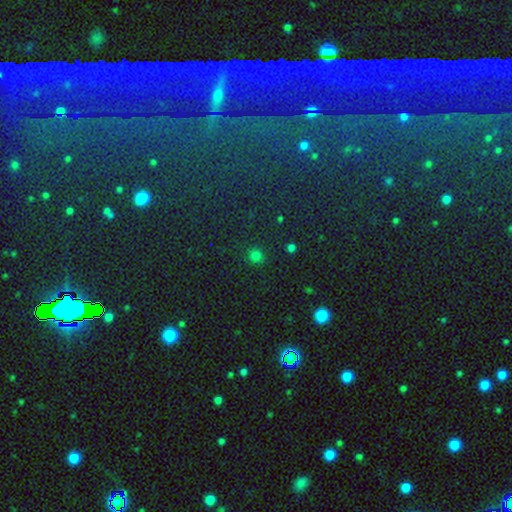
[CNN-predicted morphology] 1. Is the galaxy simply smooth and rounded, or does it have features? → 74% smooth, 22% star or artifact, 4% featured or disk.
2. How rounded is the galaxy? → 93% round, 6% in between, 1% cigar-shaped.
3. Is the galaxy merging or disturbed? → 90% none, 6% minor disturbance, 2% major disturbance, 2% merger.